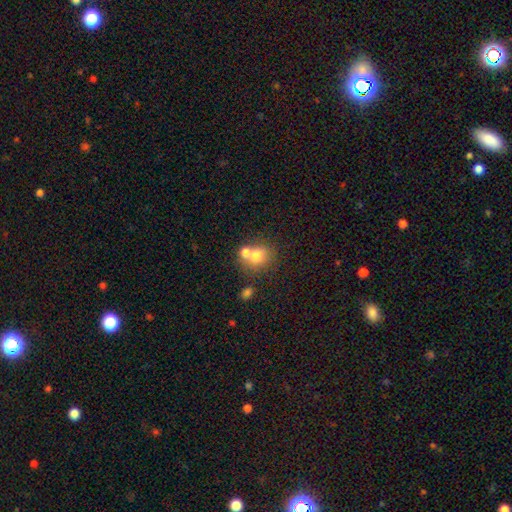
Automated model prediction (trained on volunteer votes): Smooth or featured? smooth (73%)
How rounded? round (71%)
Merging? merger (49%)